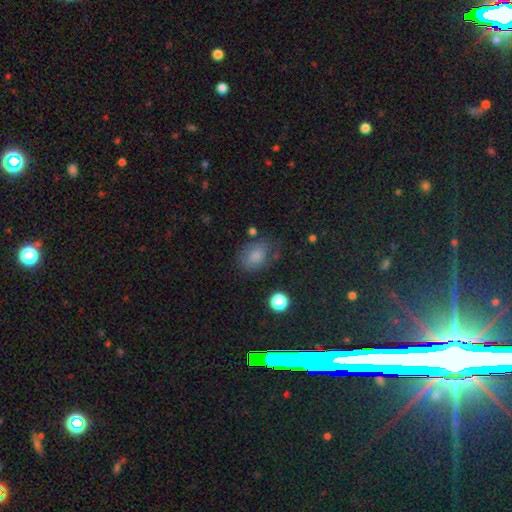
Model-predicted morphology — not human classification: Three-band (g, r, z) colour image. It shows a smooth galaxy with no disk features (78%) that is in between round and cigar-shaped (66%). Merging: none (60%).